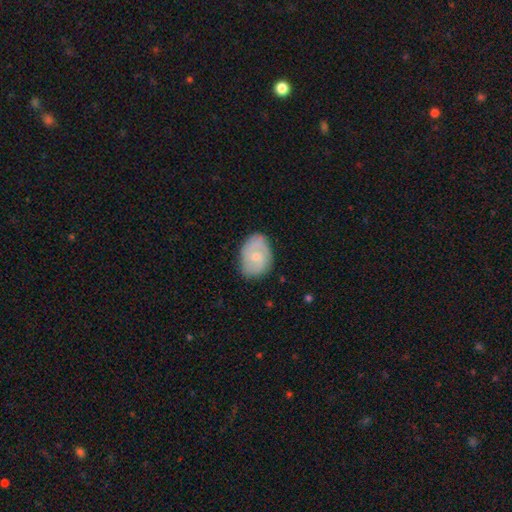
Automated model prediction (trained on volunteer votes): Smooth or featured? Predicted: featured or disk (p=0.53). Edge-on disk? Predicted: no (p=0.96). Bar? Predicted: no (p=0.68). Spiral arms? Predicted: yes (p=0.79). Bulge size? Predicted: small (p=0.58). Merging? Predicted: none (p=0.74).